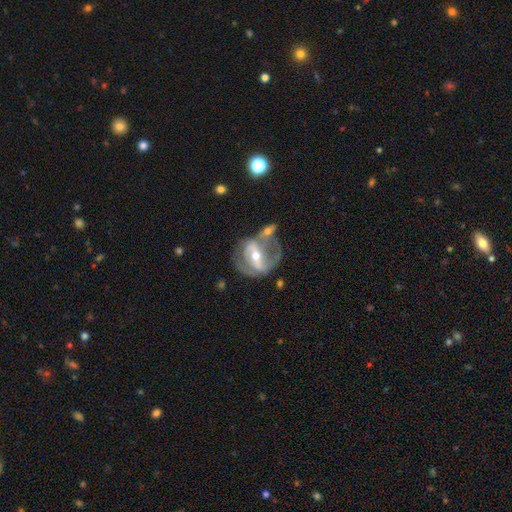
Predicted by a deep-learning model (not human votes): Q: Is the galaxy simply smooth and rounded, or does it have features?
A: featured or disk — 82%.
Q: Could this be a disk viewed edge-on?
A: no — 95%.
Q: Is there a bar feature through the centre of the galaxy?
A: strong — 56%.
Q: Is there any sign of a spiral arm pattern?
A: yes — 81%.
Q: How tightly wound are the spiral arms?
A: medium — 47%.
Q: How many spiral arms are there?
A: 2 — 77%.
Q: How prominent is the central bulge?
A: moderate — 61%.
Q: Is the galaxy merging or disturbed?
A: none — 41%.